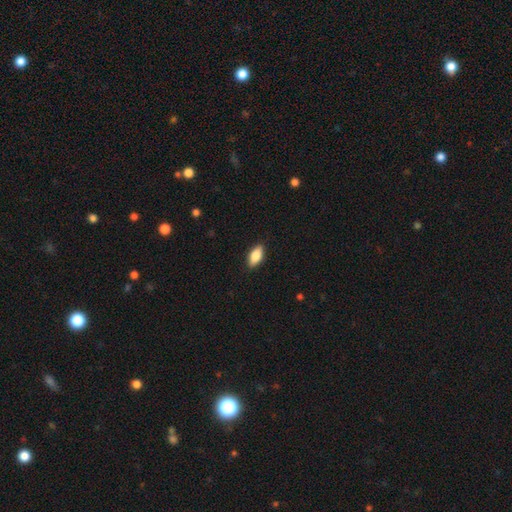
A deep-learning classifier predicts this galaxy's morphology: smooth_or_featured: smooth (p=0.82) [alt: featured or disk p=0.12]
how_rounded: in between (p=0.88) [alt: cigar-shaped p=0.09]
merging: none (p=0.88) [alt: minor disturbance p=0.09]